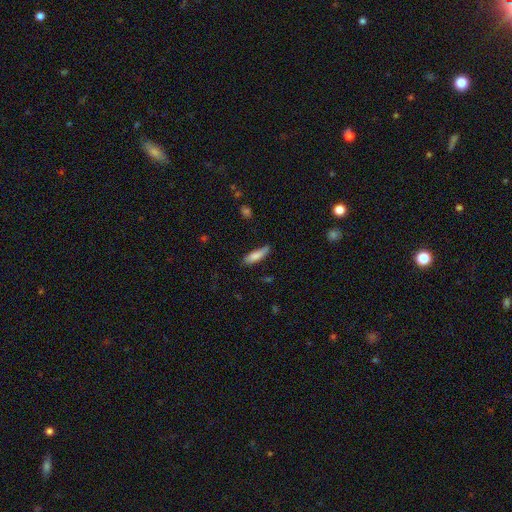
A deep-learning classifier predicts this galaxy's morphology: Smooth or featured? smooth (81%)
How rounded? cigar-shaped (59%)
Merging? none (66%)